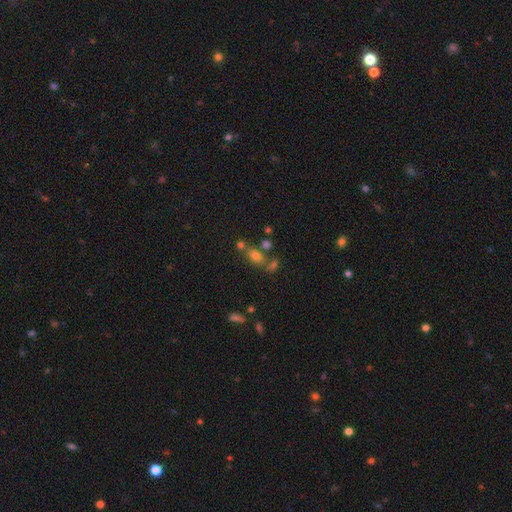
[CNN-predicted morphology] type=smooth (68%); roundness=in between (65%); merging=none (52%).